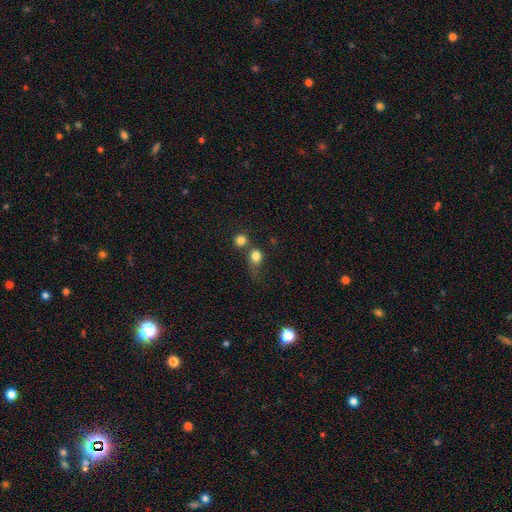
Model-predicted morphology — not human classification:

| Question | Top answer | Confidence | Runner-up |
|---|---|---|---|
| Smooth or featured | smooth | 79% | star or artifact (12%) |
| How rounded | round | 76% | in between (22%) |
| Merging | none | 41% | merger (38%) |